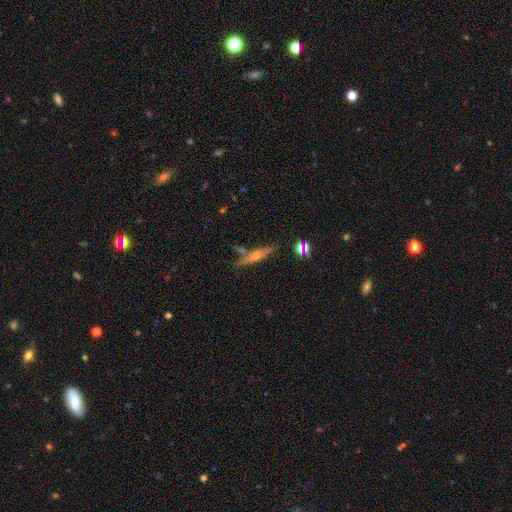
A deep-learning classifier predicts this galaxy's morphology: This appears to be a smooth galaxy with no disk features (49%). Merging: none (69%).